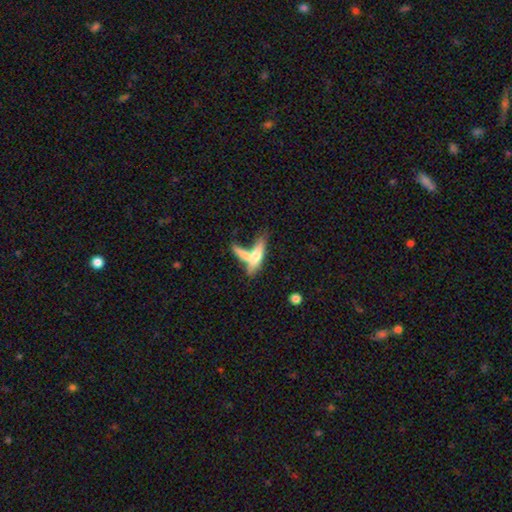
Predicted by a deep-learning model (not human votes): Q: Smooth or featured?
A: smooth (59%); runner-up: featured or disk (34%)
Q: How rounded?
A: cigar-shaped (67%); runner-up: in between (31%)
Q: Merging?
A: merger (50%); runner-up: none (31%)